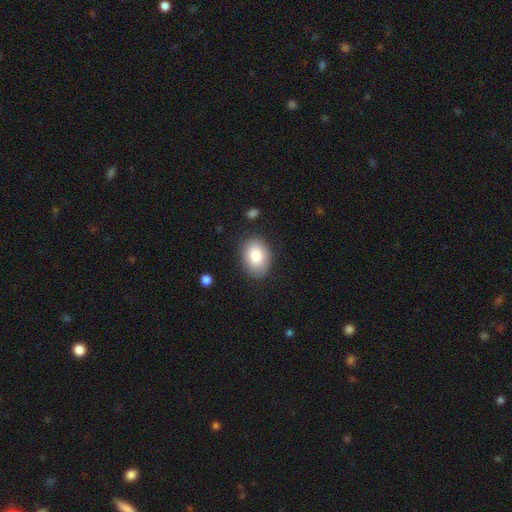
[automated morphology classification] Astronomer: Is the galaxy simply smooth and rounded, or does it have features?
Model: smooth — 84%.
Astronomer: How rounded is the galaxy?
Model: in between — 80%.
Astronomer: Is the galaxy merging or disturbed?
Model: none — 83%.